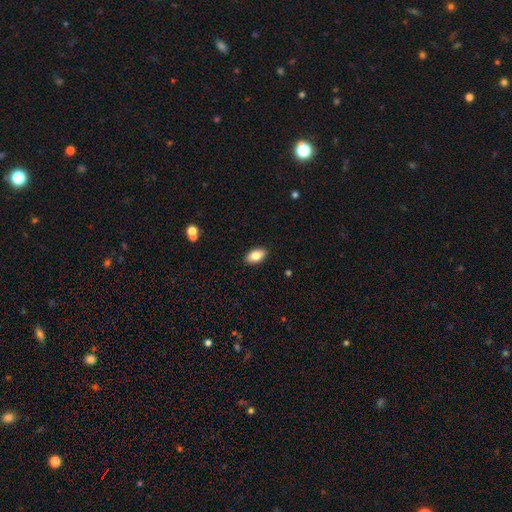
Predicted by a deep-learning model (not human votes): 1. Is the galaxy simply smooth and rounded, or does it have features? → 81% smooth, 11% featured or disk, 7% star or artifact.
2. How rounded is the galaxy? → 93% in between, 4% round, 3% cigar-shaped.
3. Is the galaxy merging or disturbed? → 90% none, 7% minor disturbance, 2% major disturbance, 1% merger.